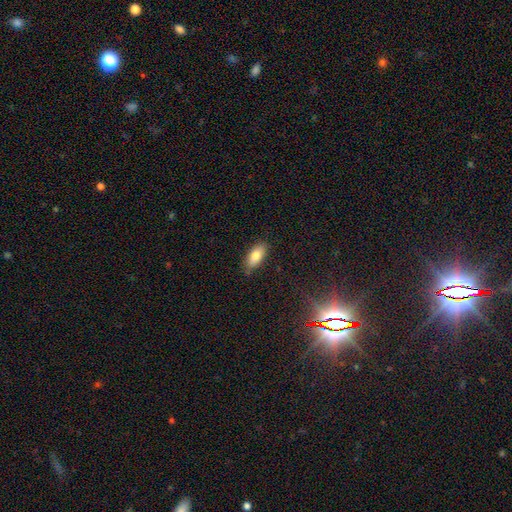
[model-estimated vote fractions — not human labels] Smooth or featured? smooth (81%)
How rounded? in between (86%)
Merging? none (82%)